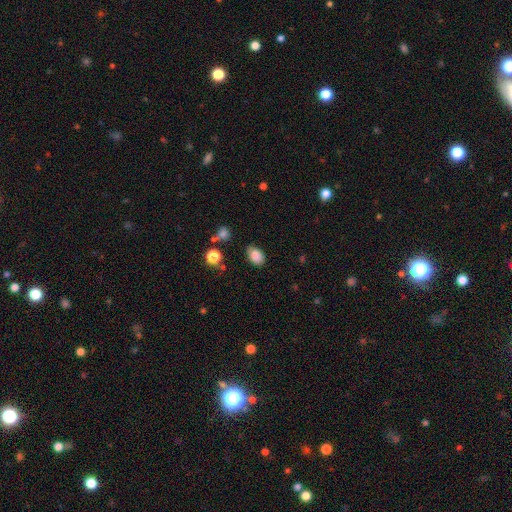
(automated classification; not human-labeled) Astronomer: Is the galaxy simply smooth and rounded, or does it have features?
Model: smooth — 85%.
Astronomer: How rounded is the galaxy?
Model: in between — 84%.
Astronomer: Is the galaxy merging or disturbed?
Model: none — 74%.